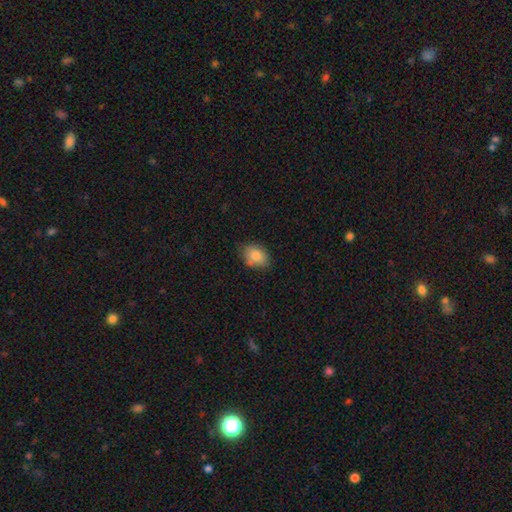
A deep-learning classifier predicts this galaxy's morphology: type=smooth (82%); roundness=in between (68%); merging=none (72%).